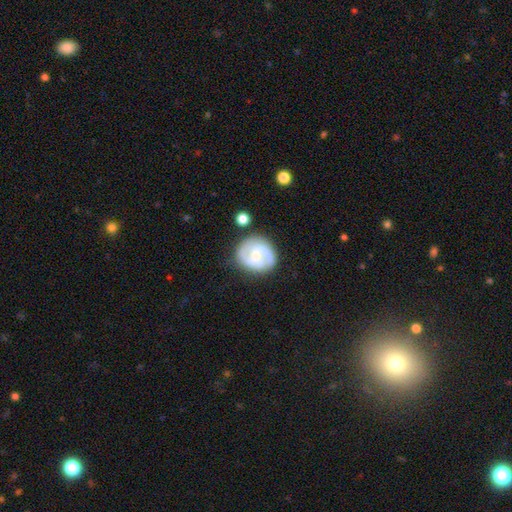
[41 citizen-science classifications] Smooth or featured: featured or disk — 83% (smooth — 10%)
Edge-on disk: no — 97% (yes — 3%)
Bar: no — 55% (weak — 39%)
Spiral arms: yes — 91% (no — 9%)
Spiral winding: tight — 47% (medium — 40%)
Spiral arm count: 2 — 83% (can't tell — 10%)
Bulge size: moderate — 55% (small — 45%)
Merging: none — 79% (minor disturbance — 16%)